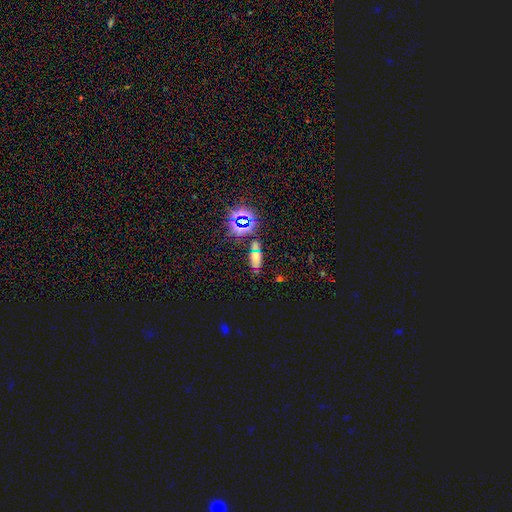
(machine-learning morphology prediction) Smooth or featured: smooth — 49% (star or artifact — 37%)
Merging: none — 72% (minor disturbance — 14%)